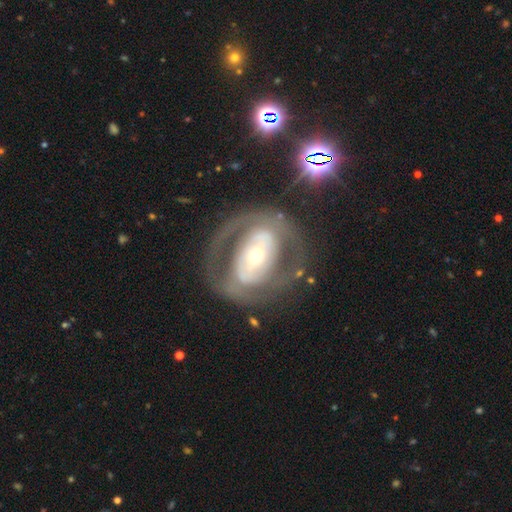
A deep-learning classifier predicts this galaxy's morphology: smooth_or_featured: featured or disk (p=0.75) [alt: smooth p=0.18]
disk_edge_on: no (p=0.94) [alt: yes p=0.06]
bar: strong (p=0.39) [alt: no p=0.36]
has_spiral_arms: yes (p=0.53) [alt: no p=0.47]
bulge_size: small (p=0.51) [alt: moderate p=0.40]
merging: none (p=0.67) [alt: major disturbance p=0.16]